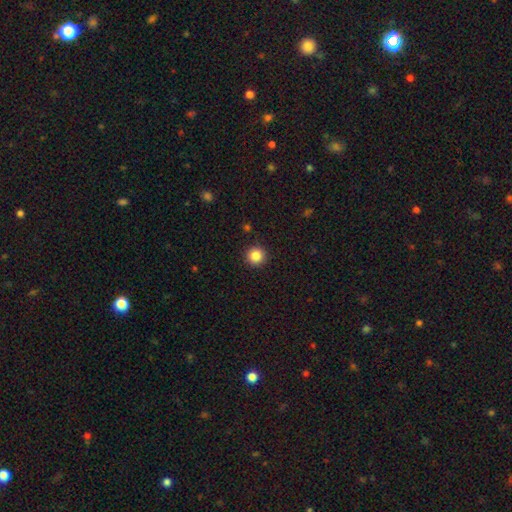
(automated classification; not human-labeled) This appears to be a smooth galaxy with no disk features (85%) that is round (96%). Merging: none (93%).